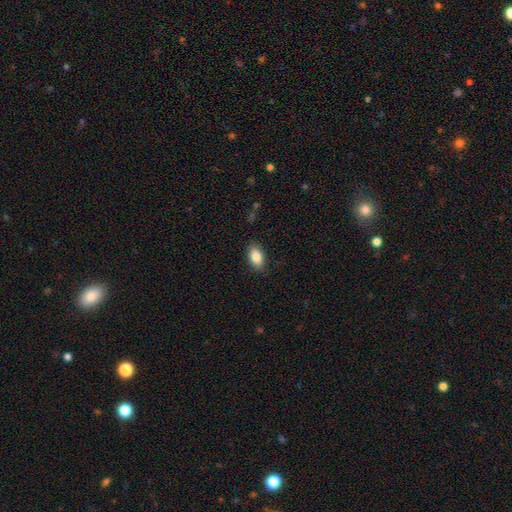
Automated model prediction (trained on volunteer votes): smooth-or-featured: smooth: 85% | featured or disk: 7% | star or artifact: 7%
  how-rounded: in between: 92% | round: 5% | cigar-shaped: 3%
  merging: none: 87% | minor disturbance: 10% | major disturbance: 2% | merger: 1%